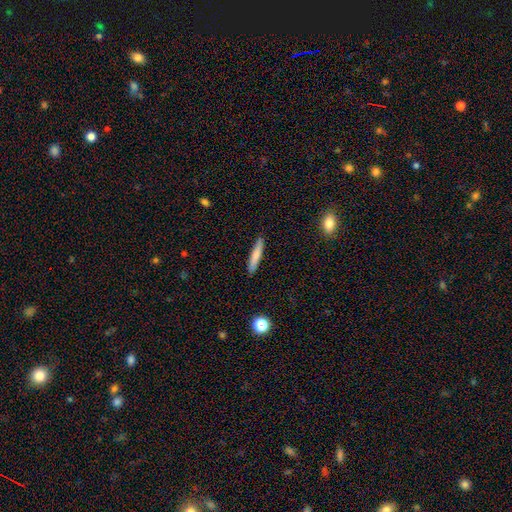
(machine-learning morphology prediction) smooth 74%, featured or disk 19%, star or artifact 7%. Down the decision tree: how rounded — cigar-shaped (91%); merging — none (89%).